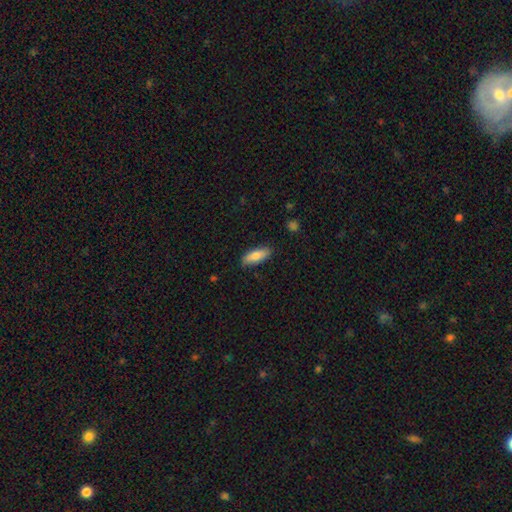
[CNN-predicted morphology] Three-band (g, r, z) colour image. It shows a smooth galaxy with no disk features (79%) that is in between round and cigar-shaped (66%). Merging: none (85%).